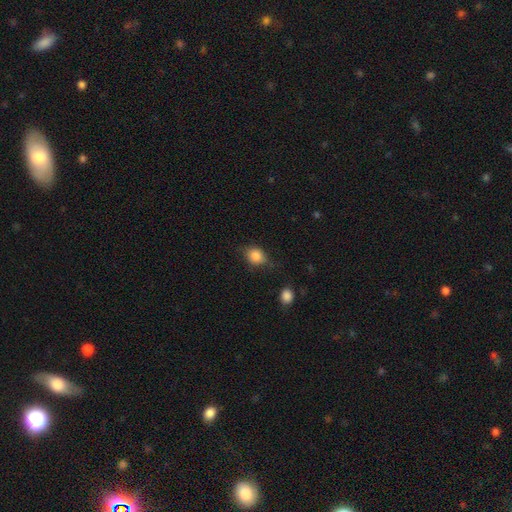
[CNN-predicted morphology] This is clearly a smooth galaxy (83%). How rounded: possibly round (57%). Merging: likely none (66%).